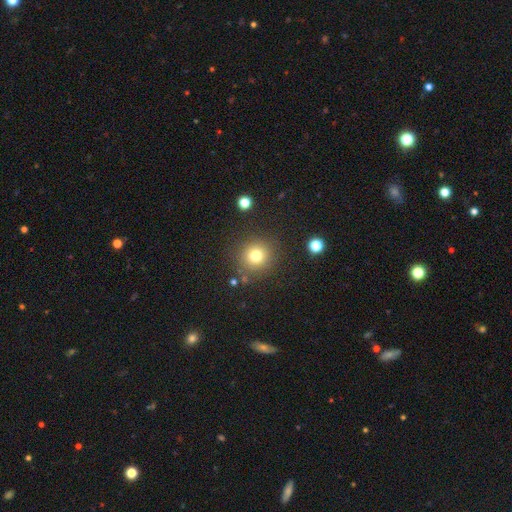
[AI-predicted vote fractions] This appears to be a smooth galaxy with no disk features (77%) that is round (92%). Merging: none (86%).